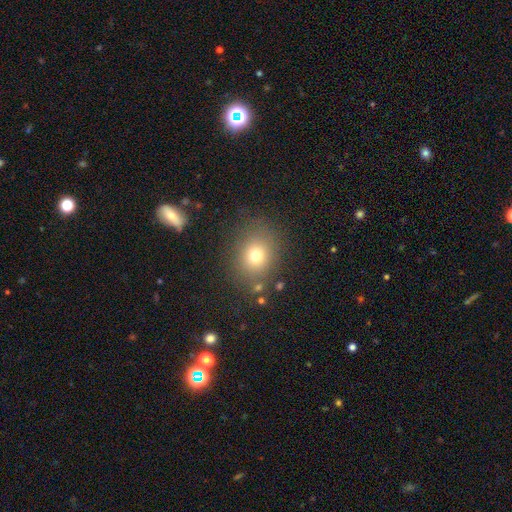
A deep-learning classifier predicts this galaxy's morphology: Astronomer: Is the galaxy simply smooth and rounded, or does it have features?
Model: smooth — 72%.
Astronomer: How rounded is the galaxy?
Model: round — 63%.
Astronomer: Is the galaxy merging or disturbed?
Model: none — 80%.